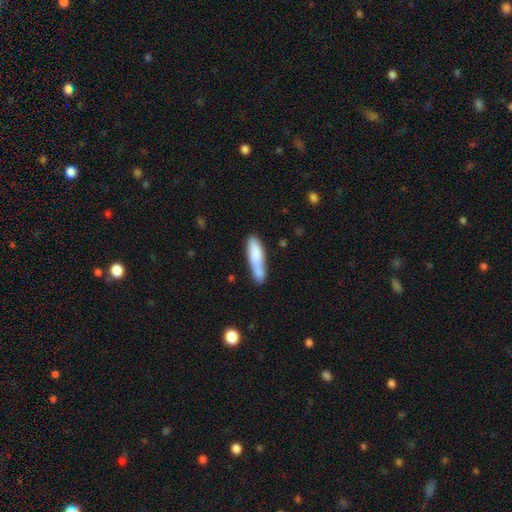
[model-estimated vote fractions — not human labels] A smooth galaxy with no disk features (78%) that is cigar-shaped (73%). Merging: none (59%).